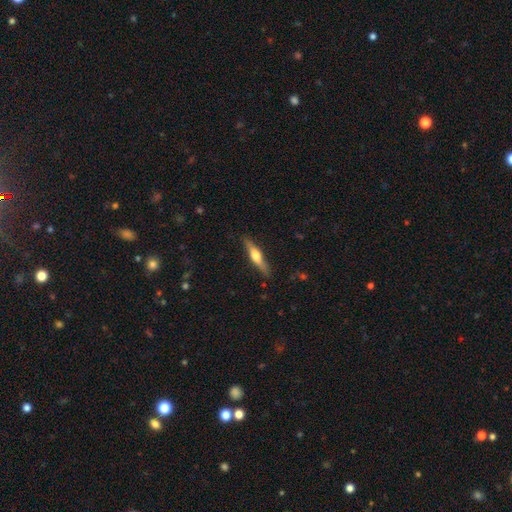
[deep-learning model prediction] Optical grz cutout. It shows a featured or disk galaxy (55%) viewed edge-on (95%) with a rounded central bulge (91%). Merging: none (87%).